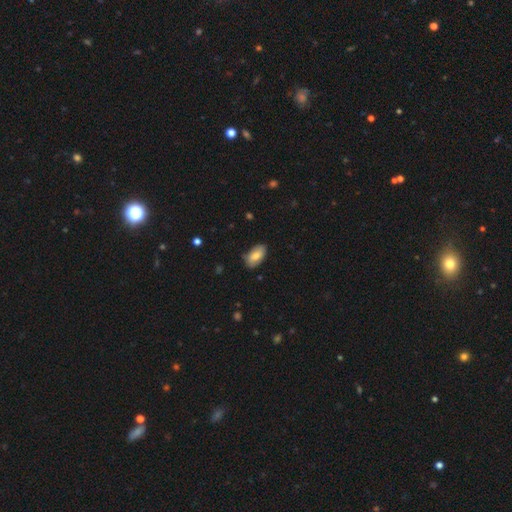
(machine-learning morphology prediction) Smooth or featured? smooth (79%)
How rounded? in between (94%)
Merging? none (78%)